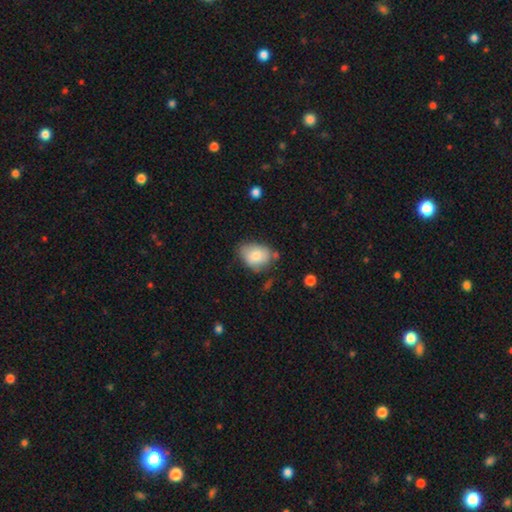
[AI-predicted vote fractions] This appears to be a smooth galaxy with no disk features (79%) that is in between round and cigar-shaped (70%). Merging: none (55%).